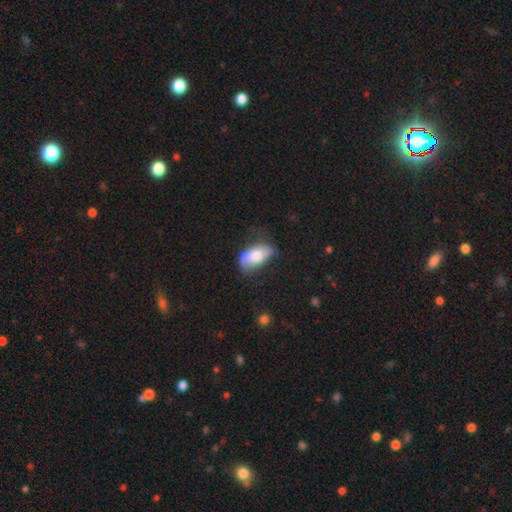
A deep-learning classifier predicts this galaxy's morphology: Overall: smooth (62%; featured or disk 31%). How rounded: in between (91%). Merging: none (47%; minor disturbance 33%).